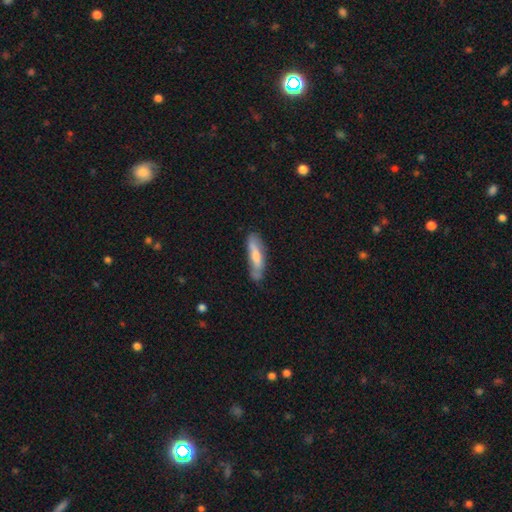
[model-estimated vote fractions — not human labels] Smooth or featured? smooth (62%)
How rounded? cigar-shaped (65%)
Merging? none (62%)